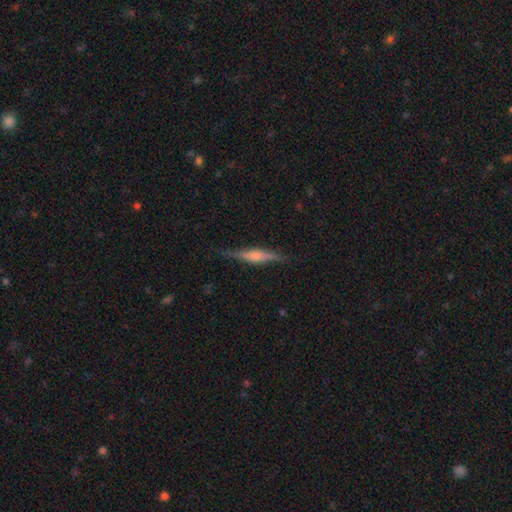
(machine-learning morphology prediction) A featured or disk galaxy (65%) viewed edge-on (96%) with a rounded central bulge (68%).

Vote fractions:
- Smooth or featured? featured or disk: 65% / smooth: 28% / star or artifact: 7%
- Edge-on disk? yes: 96% / no: 4%
- Edge-on bulge? rounded: 68% / boxy: 20% / none: 13%
- Merging? none: 84% / minor disturbance: 12% / major disturbance: 3% / merger: 1%